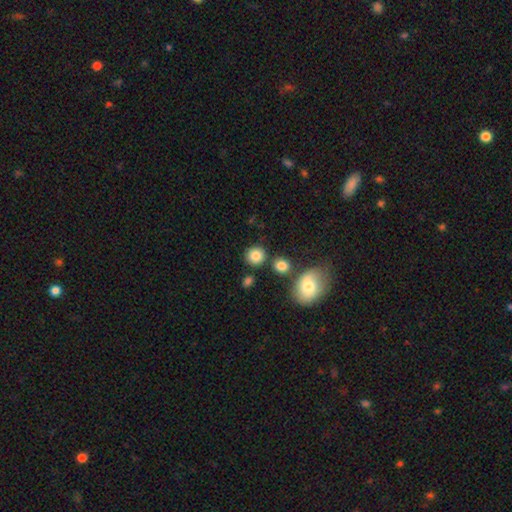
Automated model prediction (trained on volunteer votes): This appears to be a smooth galaxy with no disk features (85%) that is round (86%). Merging: none (81%).